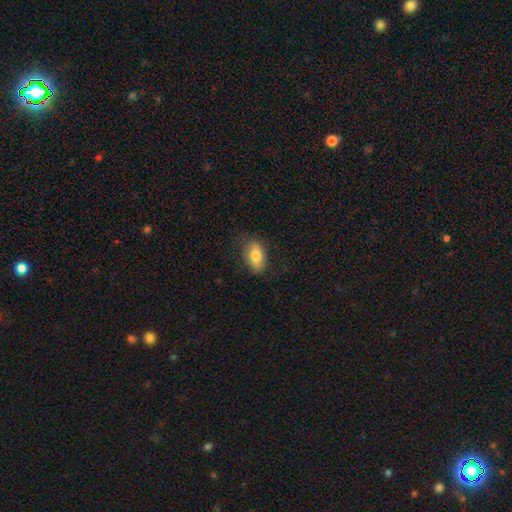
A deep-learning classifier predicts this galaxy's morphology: Overall: smooth (75%). How rounded: in between (89%). Merging: none (78%).